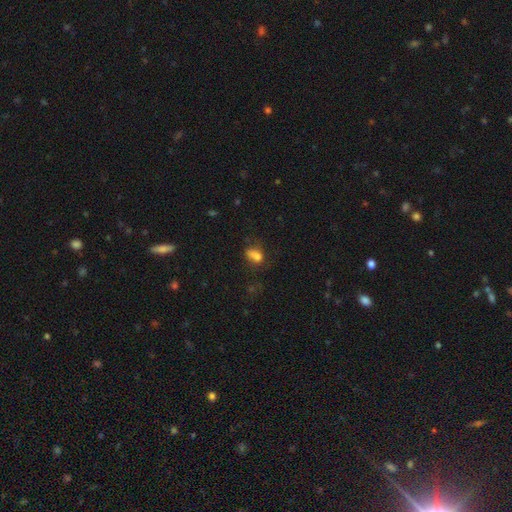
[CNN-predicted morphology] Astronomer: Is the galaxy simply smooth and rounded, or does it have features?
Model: smooth — 72%.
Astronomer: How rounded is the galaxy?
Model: in between — 74%.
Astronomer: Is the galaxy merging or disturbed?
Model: none — 39% (runner-up: minor disturbance, 26%).